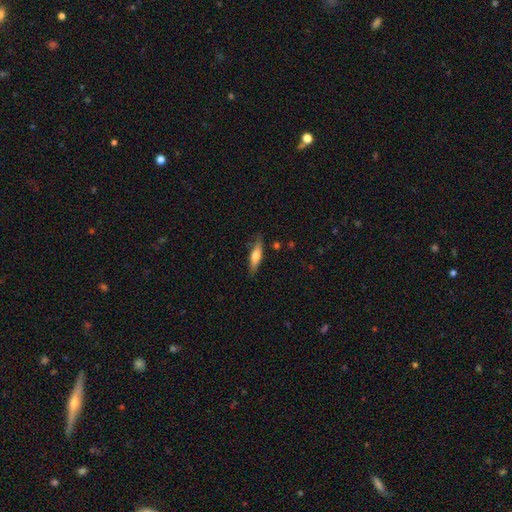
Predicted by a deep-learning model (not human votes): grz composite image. It shows a smooth galaxy with no disk features (56%) that is cigar-shaped (71%). Merging: none (80%).